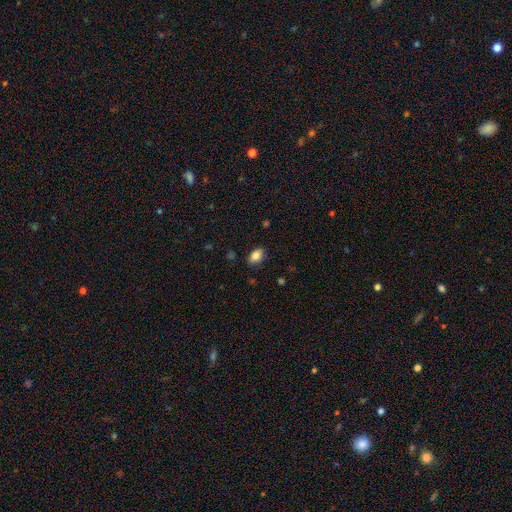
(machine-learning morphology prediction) type=smooth (84%); roundness=in between (86%); merging=none (86%).